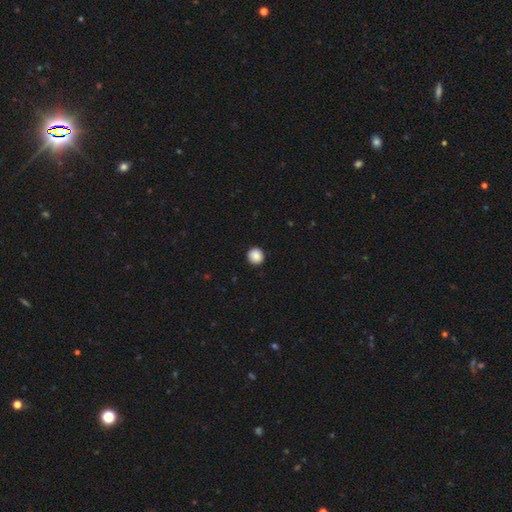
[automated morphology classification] Smooth or featured? smooth (89%)
How rounded? round (94%)
Merging? none (93%)